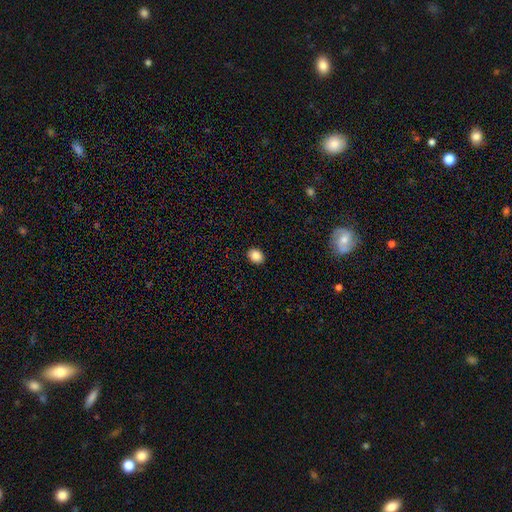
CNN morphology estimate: The model was most divided on "how rounded": in between: 58%, round: 41%, cigar-shaped: 1%. More confident: merging — none (91%); smooth or featured — smooth (87%).